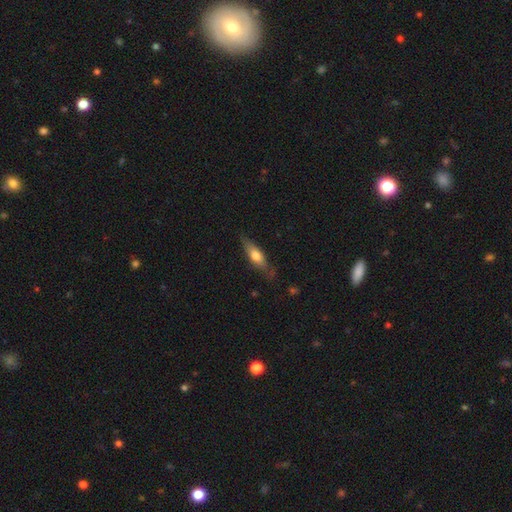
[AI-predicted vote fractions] Smooth or featured: smooth — 57% (featured or disk — 37%)
How rounded: cigar-shaped — 56% (in between — 42%)
Merging: none — 73% (minor disturbance — 20%)